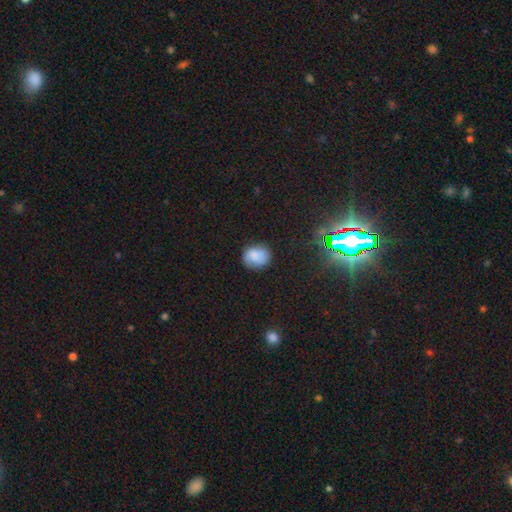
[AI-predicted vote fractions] Overall: smooth (74%). How rounded: round (66%; in between 33%). Merging: none (73%).